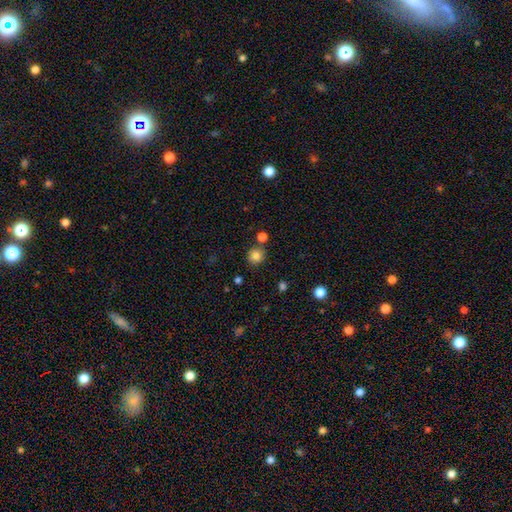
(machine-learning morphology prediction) smooth-or-featured: smooth: 83% | star or artifact: 12% | featured or disk: 5%
  how-rounded: round: 91% | in between: 8% | cigar-shaped: 1%
  merging: none: 81% | merger: 9% | minor disturbance: 8% | major disturbance: 2%